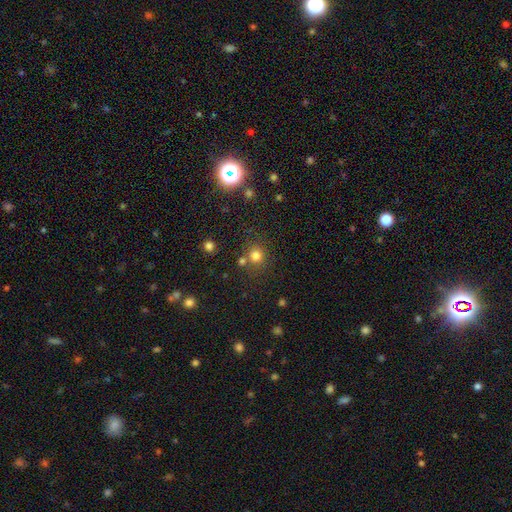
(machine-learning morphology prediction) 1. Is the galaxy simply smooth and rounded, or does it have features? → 77% smooth, 16% star or artifact, 6% featured or disk.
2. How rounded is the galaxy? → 88% round, 11% in between, 1% cigar-shaped.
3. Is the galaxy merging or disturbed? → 73% none, 15% merger, 9% minor disturbance, 4% major disturbance.